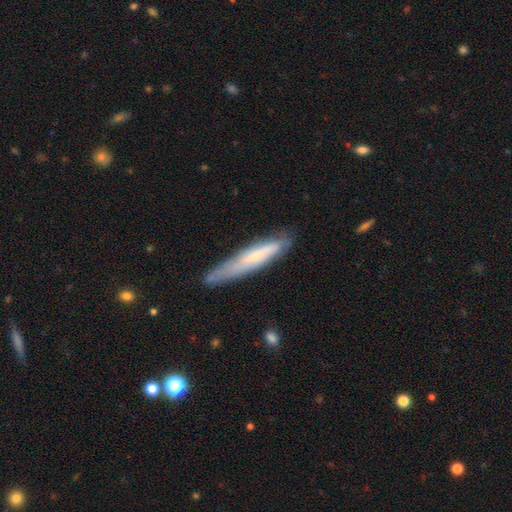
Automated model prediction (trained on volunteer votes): Smooth or featured?
  - smooth: 58% *
  - featured or disk: 36%
  - star or artifact: 6%
How rounded?
  - cigar-shaped: 90% *
  - in between: 9%
  - round: 1%
Merging?
  - none: 68% *
  - minor disturbance: 23%
  - major disturbance: 6%
  - merger: 3%